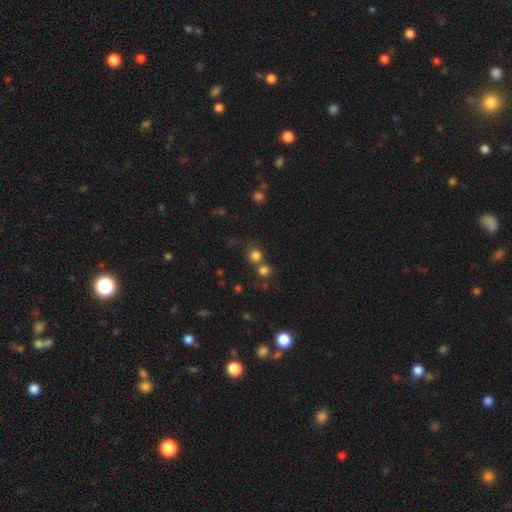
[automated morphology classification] smooth 76%, star or artifact 17%, featured or disk 7%. Down the decision tree: how rounded — round (90%); merging — none (59%).